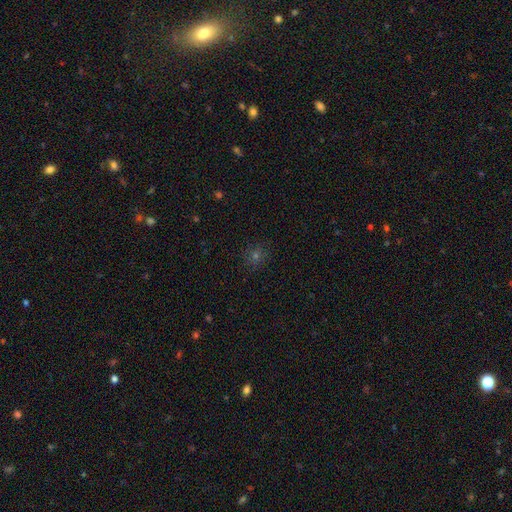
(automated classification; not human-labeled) smooth_or_featured: smooth (p=0.55) [alt: star or artifact p=0.34]
how_rounded: round (p=0.85) [alt: in between p=0.14]
merging: none (p=0.87) [alt: minor disturbance p=0.09]